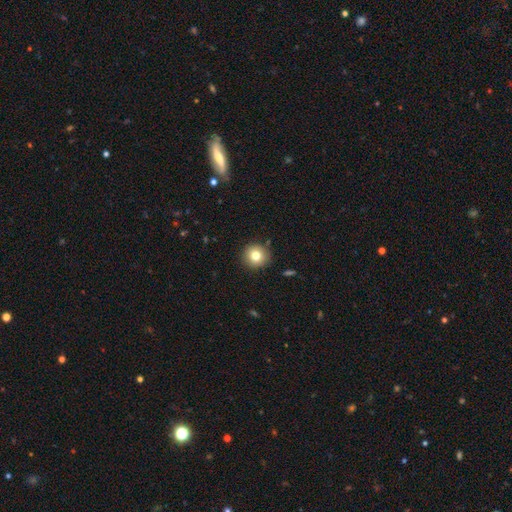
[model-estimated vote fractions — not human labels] A smooth galaxy with no disk features (80%) that is round (94%). Merging: none (90%).